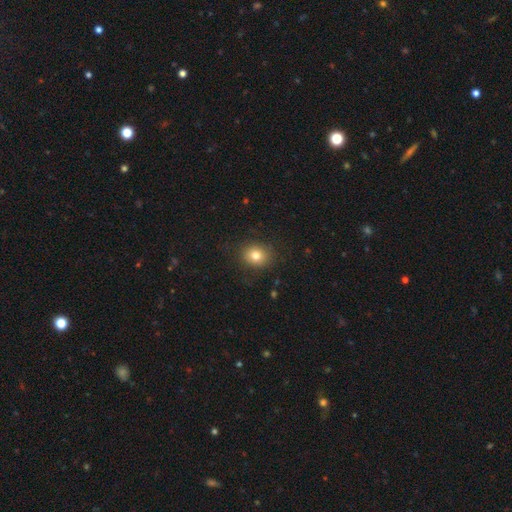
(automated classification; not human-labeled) A smooth galaxy with no disk features (79%) that is round (66%). Merging: none (85%).